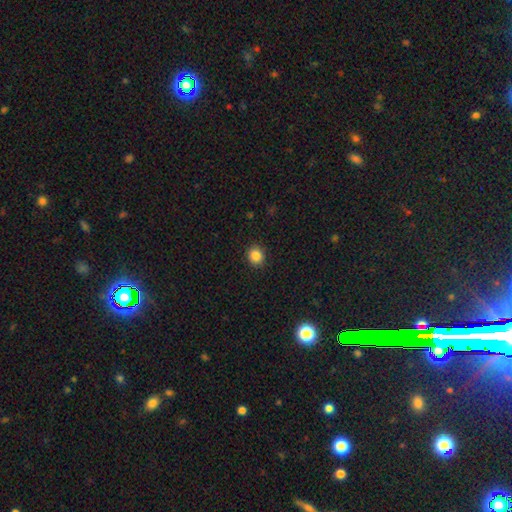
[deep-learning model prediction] This is clearly a smooth galaxy (85%). How rounded: likely round (79%). Merging: clearly none (91%).